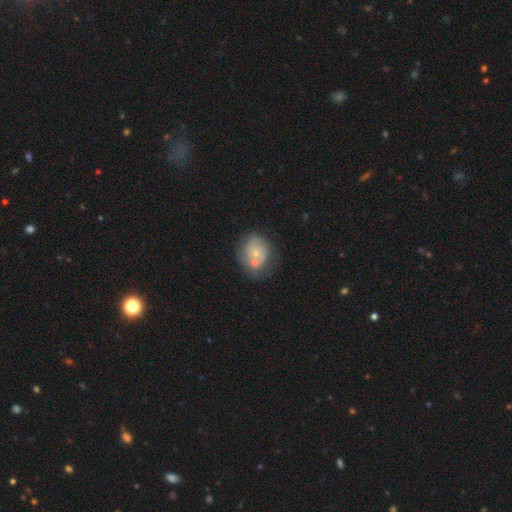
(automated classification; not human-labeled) Overall: smooth (49%; featured or disk 36%). Merging: none (55%; merger 23%).